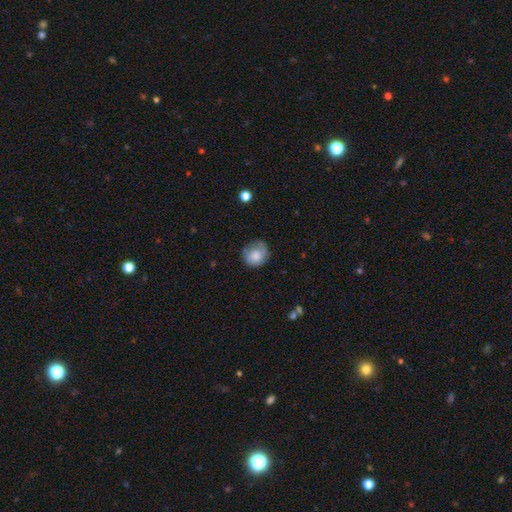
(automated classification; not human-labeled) Morphology: type=smooth (77%); roundness=round (79%); merging=none (63%).